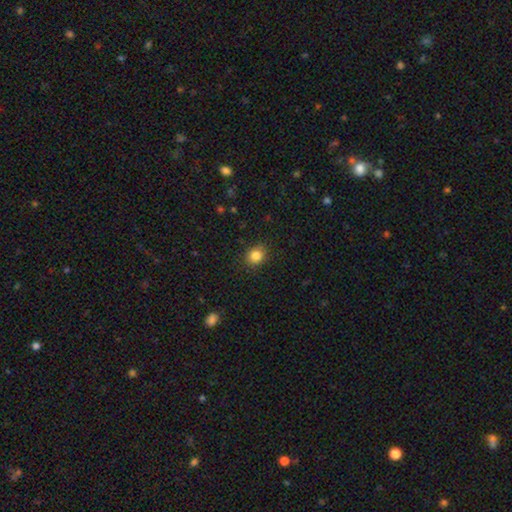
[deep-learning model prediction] smooth_or_featured: smooth (p=0.84) [alt: star or artifact p=0.11]
how_rounded: round (p=0.69) [alt: in between p=0.30]
merging: none (p=0.87) [alt: minor disturbance p=0.09]